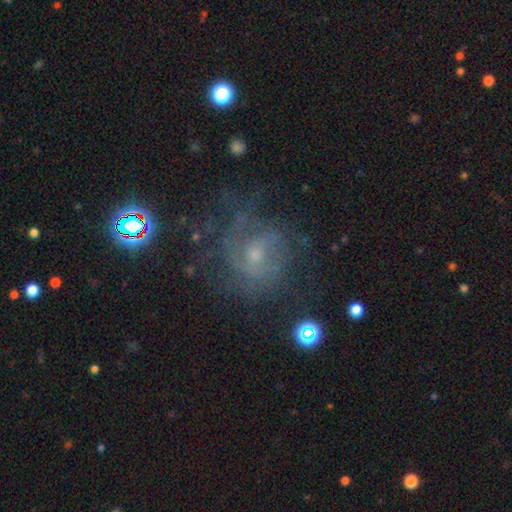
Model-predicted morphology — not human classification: Smooth or featured?
  - featured or disk: 65% *
  - smooth: 19%
  - star or artifact: 17%
Edge-on disk?
  - no: 97% *
  - yes: 3%
Bar?
  - no: 62% *
  - weak: 33%
  - strong: 5%
Spiral arms?
  - yes: 79% *
  - no: 21%
Bulge size?
  - small: 58% *
  - moderate: 32%
  - none: 7%
  - large: 2%
  - dominant: 1%
Merging?
  - none: 59% *
  - minor disturbance: 20%
  - major disturbance: 19%
  - merger: 2%